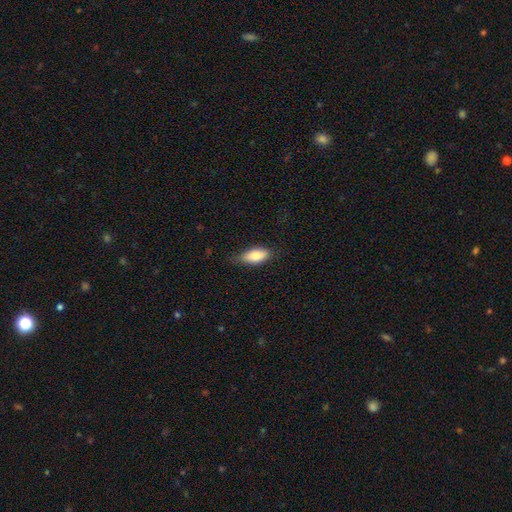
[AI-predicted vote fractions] This appears to be a smooth galaxy with no disk features (82%) that is in between round and cigar-shaped (83%). Merging: none (71%).